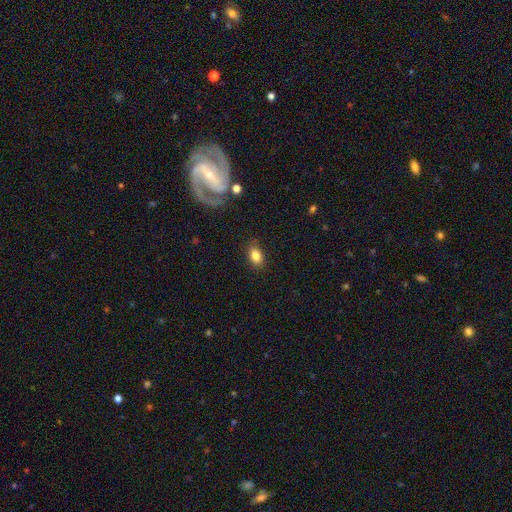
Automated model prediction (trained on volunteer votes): The model was most divided on "how rounded": in between: 82%, round: 16%, cigar-shaped: 2%. More confident: merging — none (83%); smooth or featured — smooth (83%).